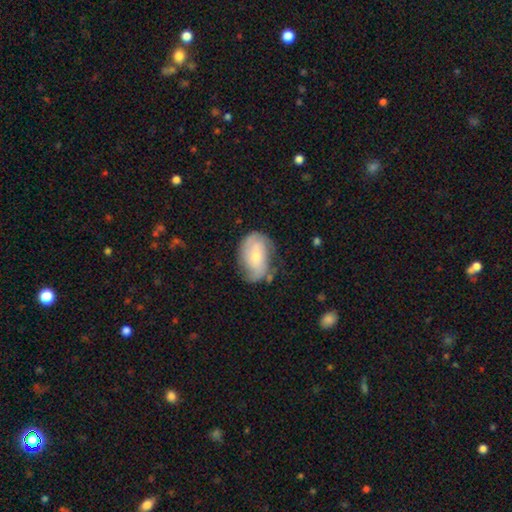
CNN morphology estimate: Q: Smooth or featured?
A: featured or disk (62%); runner-up: smooth (32%)
Q: Edge-on disk?
A: no (96%); runner-up: yes (4%)
Q: Bar?
A: no (59%); runner-up: weak (33%)
Q: Spiral arms?
A: yes (85%); runner-up: no (15%)
Q: Spiral winding?
A: tight (41%); runner-up: medium (38%)
Q: Spiral arm count?
A: 2 (55%); runner-up: can't tell (26%)
Q: Bulge size?
A: small (48%); runner-up: moderate (47%)
Q: Merging?
A: none (59%); runner-up: minor disturbance (27%)